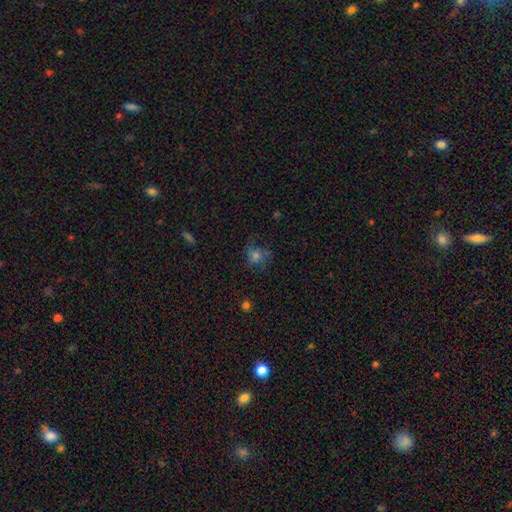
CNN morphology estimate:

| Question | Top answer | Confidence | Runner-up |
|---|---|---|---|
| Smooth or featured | smooth | 56% | featured or disk (25%) |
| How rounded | round | 75% | in between (23%) |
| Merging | none | 63% | minor disturbance (20%) |